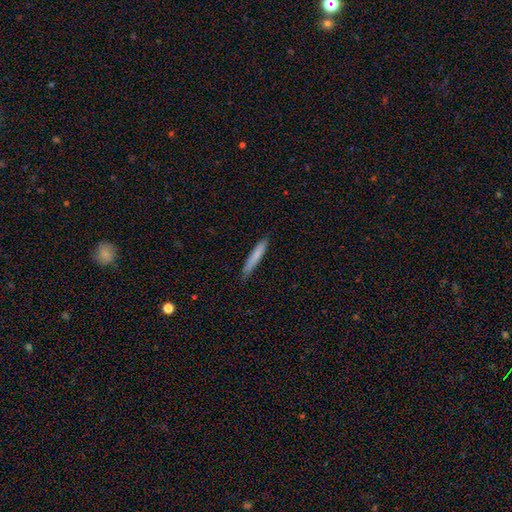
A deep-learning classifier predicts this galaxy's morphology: This appears to be a smooth galaxy with no disk features (77%) that is cigar-shaped (95%). Merging: none (88%).